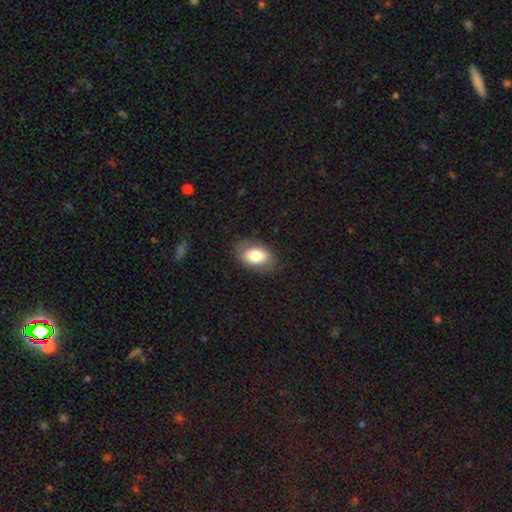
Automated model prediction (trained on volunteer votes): This appears to be a smooth galaxy with no disk features (77%) that is in between round and cigar-shaped (88%). Merging: none (82%).